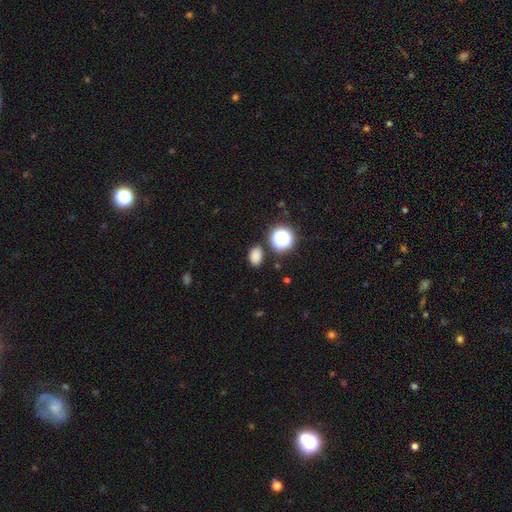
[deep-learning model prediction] Overall: smooth (78%). How rounded: in between (74%). Merging: none (82%).